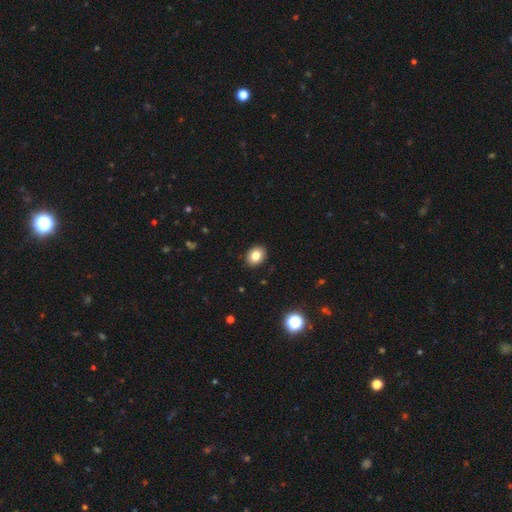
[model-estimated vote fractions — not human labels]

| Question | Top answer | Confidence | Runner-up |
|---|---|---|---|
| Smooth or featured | smooth | 83% | star or artifact (10%) |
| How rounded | in between | 59% | round (40%) |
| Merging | none | 90% | minor disturbance (7%) |